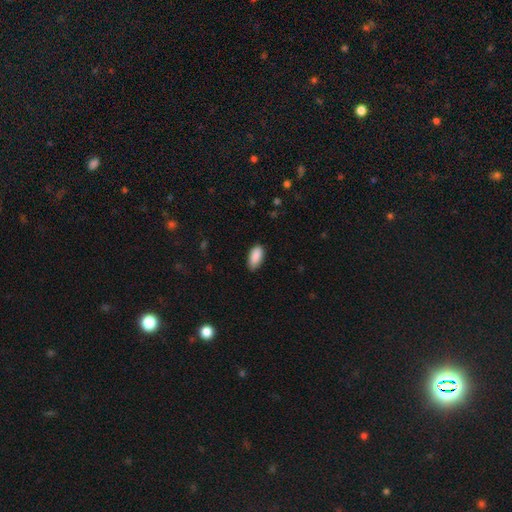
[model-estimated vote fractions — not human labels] smooth_or_featured: smooth (p=0.90) [alt: star or artifact p=0.06]
how_rounded: in between (p=0.93) [alt: cigar-shaped p=0.05]
merging: none (p=0.80) [alt: minor disturbance p=0.16]